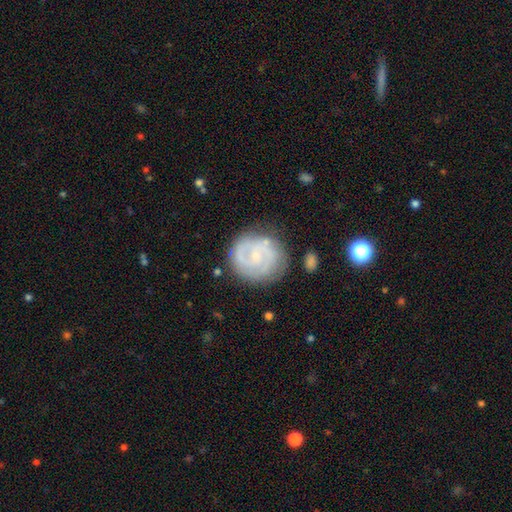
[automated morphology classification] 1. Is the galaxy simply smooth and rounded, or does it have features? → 77% featured or disk, 17% smooth, 6% star or artifact.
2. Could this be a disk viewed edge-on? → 98% no, 2% yes.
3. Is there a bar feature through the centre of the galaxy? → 61% no, 33% weak, 6% strong.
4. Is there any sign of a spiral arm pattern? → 89% yes, 11% no.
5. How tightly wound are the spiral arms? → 56% tight, 34% medium, 10% loose.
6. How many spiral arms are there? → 54% 2, 22% can't tell, 13% 3, 4% 1, 3% 4, 3% more than 4.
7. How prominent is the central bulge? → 74% small, 18% moderate, 5% none, 1% large, 1% dominant.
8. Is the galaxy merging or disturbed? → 73% none, 17% minor disturbance, 7% major disturbance, 3% merger.